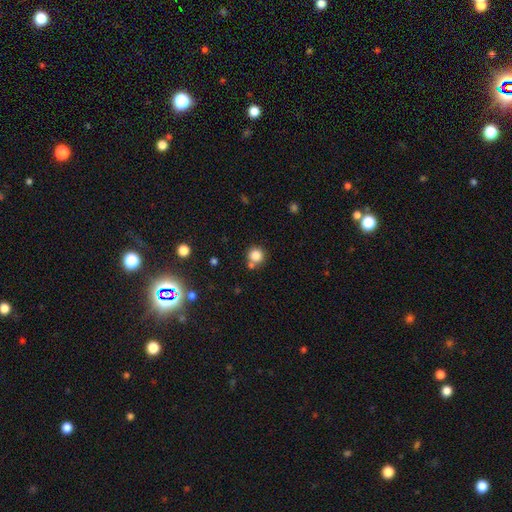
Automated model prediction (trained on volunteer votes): smooth_or_featured: smooth (p=0.84) [alt: star or artifact p=0.11]
how_rounded: round (p=0.91) [alt: in between p=0.08]
merging: none (p=0.68) [alt: merger p=0.18]